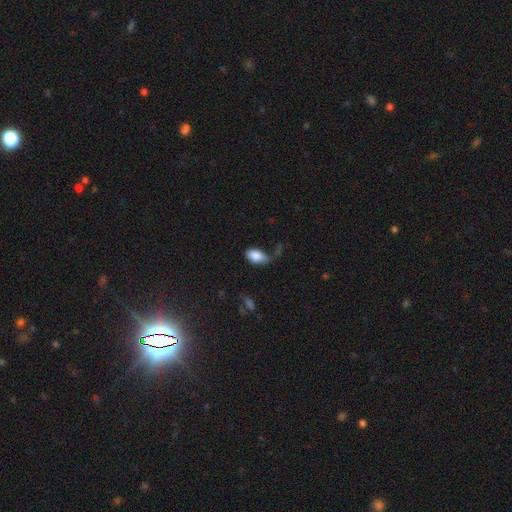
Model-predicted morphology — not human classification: This appears to be a smooth galaxy with no disk features (85%) that is in between round and cigar-shaped (93%). Merging: none (50%).